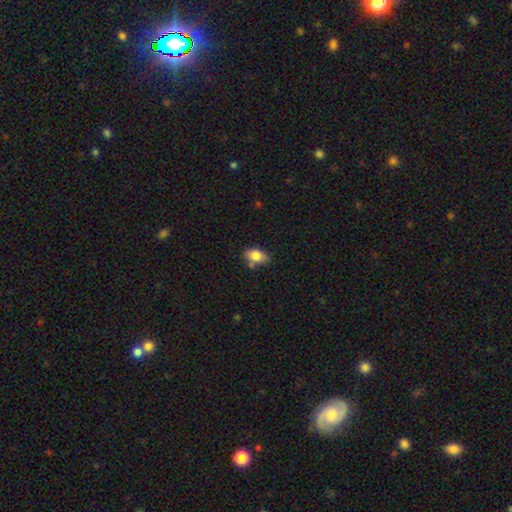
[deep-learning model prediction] Morphology: type=smooth (81%); roundness=in between (86%); merging=none (61%).